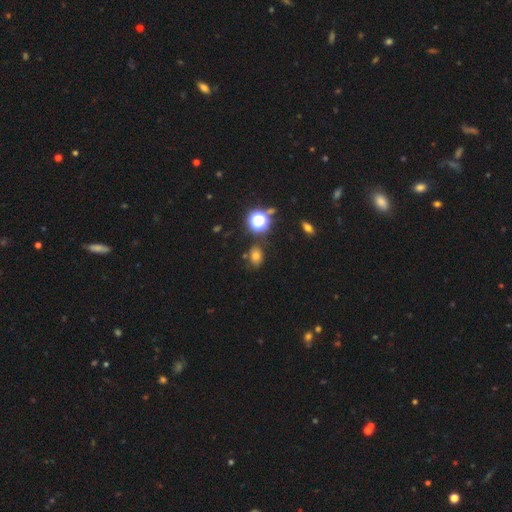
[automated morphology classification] smooth 66%, star or artifact 24%, featured or disk 10%. Down the decision tree: how rounded — in between (60%); merging — none (78%).